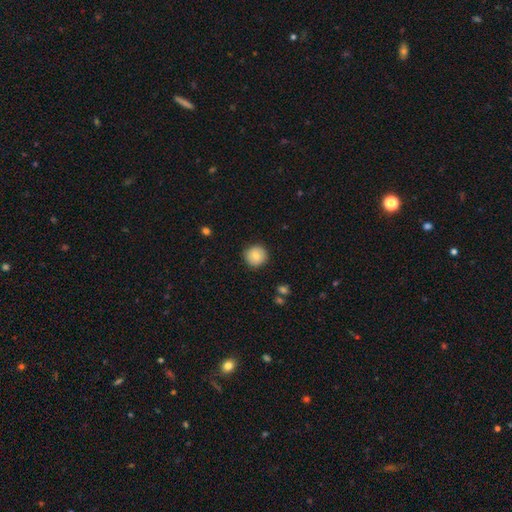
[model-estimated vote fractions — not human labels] This appears to be a smooth galaxy with no disk features (81%) that is round (94%). Merging: none (89%).